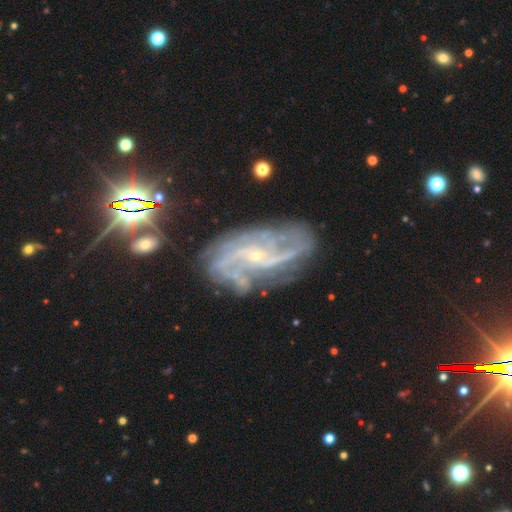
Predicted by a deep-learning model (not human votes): Smooth or featured?
  - featured or disk: 86% *
  - star or artifact: 9%
  - smooth: 5%
Edge-on disk?
  - no: 96% *
  - yes: 4%
Bar?
  - no: 51% *
  - weak: 37%
  - strong: 12%
Spiral arms?
  - yes: 95% *
  - no: 5%
Spiral winding?
  - medium: 43% *
  - loose: 31%
  - tight: 26%
Spiral arm count?
  - 2: 31% *
  - can't tell: 25%
  - 3: 18%
  - 4: 12%
  - more than 4: 7%
  - 1: 7%
Bulge size?
  - small: 83% *
  - moderate: 11%
  - none: 4%
  - large: 1%
  - dominant: 1%
Merging?
  - none: 66% *
  - minor disturbance: 19%
  - major disturbance: 11%
  - merger: 3%